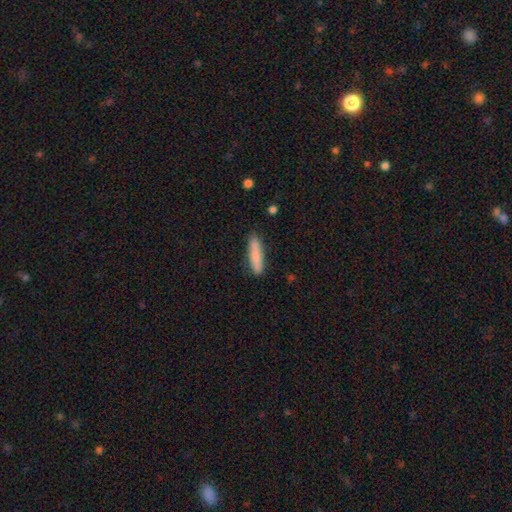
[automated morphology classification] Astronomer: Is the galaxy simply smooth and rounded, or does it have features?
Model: smooth — 82%.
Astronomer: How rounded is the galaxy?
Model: cigar-shaped — 83%.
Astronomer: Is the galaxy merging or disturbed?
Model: none — 87%.